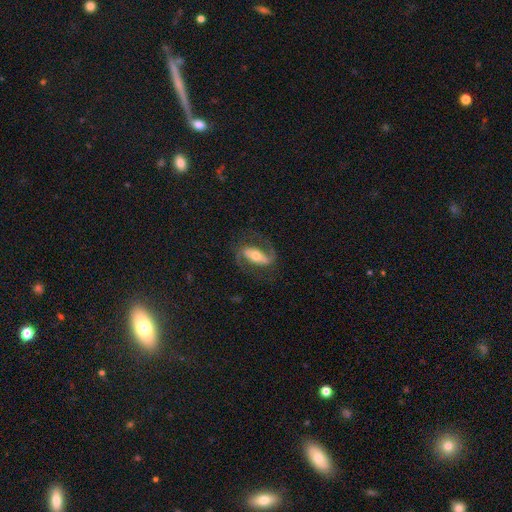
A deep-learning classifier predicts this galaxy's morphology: Smooth or featured?
  - featured or disk: 76% *
  - smooth: 18%
  - star or artifact: 6%
Edge-on disk?
  - no: 92% *
  - yes: 8%
Bar?
  - strong: 56% *
  - weak: 24%
  - no: 20%
Spiral arms?
  - yes: 89% *
  - no: 11%
Spiral winding?
  - medium: 50% *
  - loose: 29%
  - tight: 21%
Spiral arm count?
  - 2: 88% *
  - can't tell: 5%
  - 1: 4%
  - 3: 1%
  - 4: 1%
  - more than 4: 1%
Bulge size?
  - moderate: 61% *
  - small: 26%
  - large: 10%
  - dominant: 2%
  - none: 2%
Merging?
  - none: 72% *
  - minor disturbance: 14%
  - major disturbance: 12%
  - merger: 1%